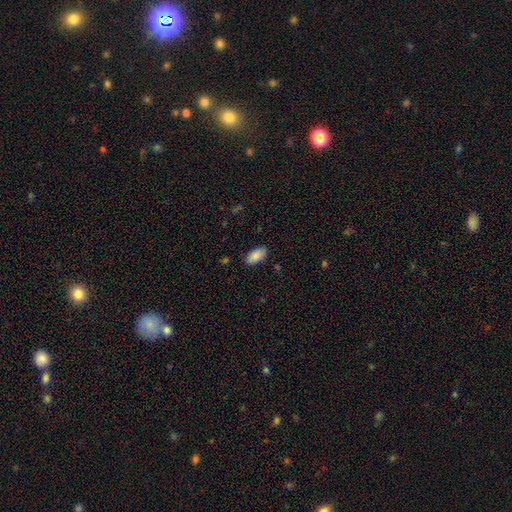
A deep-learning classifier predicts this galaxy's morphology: smooth_or_featured: smooth (p=0.89) [alt: star or artifact p=0.07]
how_rounded: in between (p=0.94) [alt: cigar-shaped p=0.04]
merging: none (p=0.86) [alt: minor disturbance p=0.10]